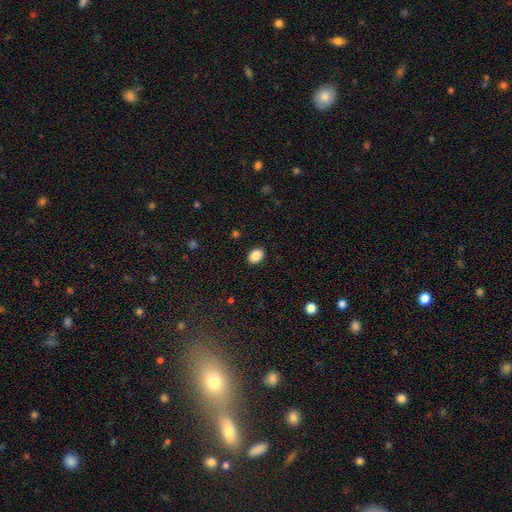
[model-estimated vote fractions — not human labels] Smooth or featured: smooth — 88% (star or artifact — 8%)
How rounded: in between — 73% (round — 26%)
Merging: none — 89% (minor disturbance — 8%)